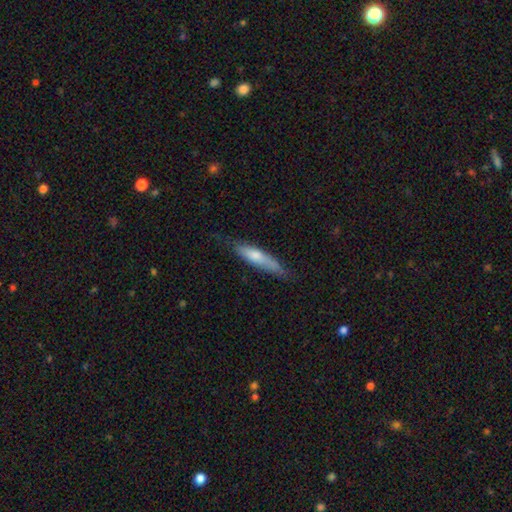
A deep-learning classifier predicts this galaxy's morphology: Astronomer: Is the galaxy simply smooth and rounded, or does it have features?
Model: smooth — 64%.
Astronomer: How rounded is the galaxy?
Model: cigar-shaped — 81%.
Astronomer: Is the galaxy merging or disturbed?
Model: none — 69%.